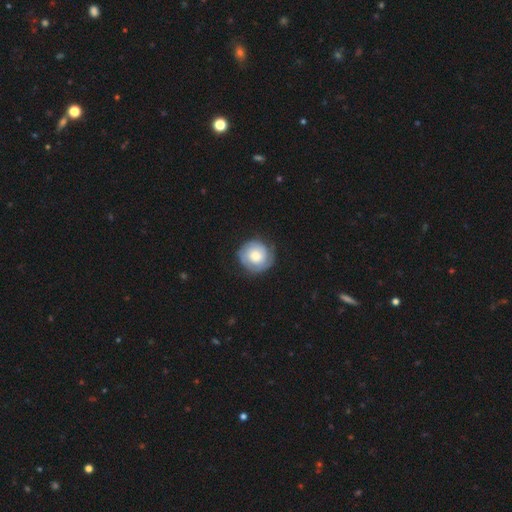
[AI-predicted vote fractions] The model was most divided on "smooth or featured": featured or disk: 48%, smooth: 46%, star or artifact: 6%. More confident: merging — none (77%).